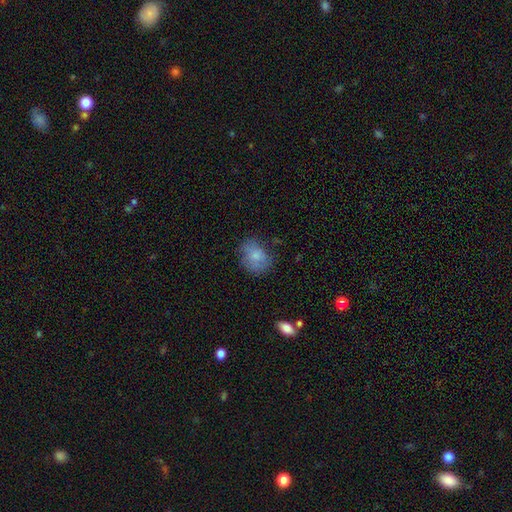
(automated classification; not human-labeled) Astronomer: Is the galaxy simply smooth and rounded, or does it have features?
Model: smooth — 72%.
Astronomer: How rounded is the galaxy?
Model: in between — 51% (runner-up: round, 48%).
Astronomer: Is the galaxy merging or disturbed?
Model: none — 61%.